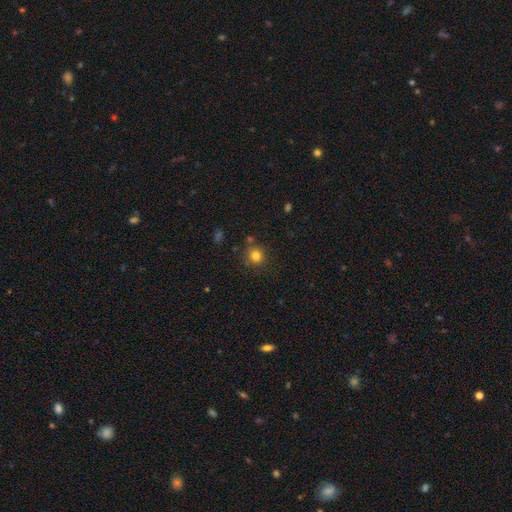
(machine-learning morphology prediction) A smooth galaxy with no disk features (80%) that is round (89%). Merging: none (81%).